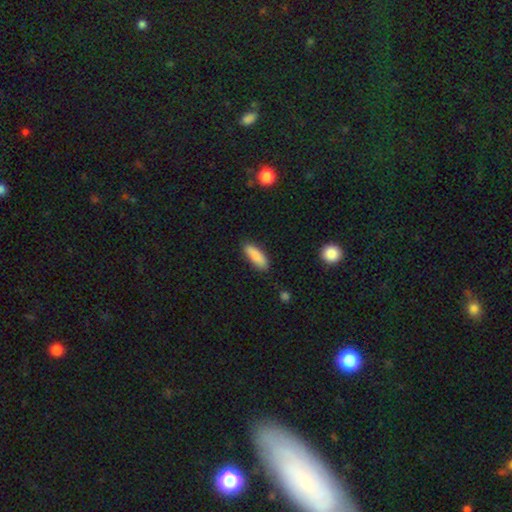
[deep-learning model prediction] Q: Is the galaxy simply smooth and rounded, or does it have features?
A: smooth — 88%.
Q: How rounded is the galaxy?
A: in between — 55%.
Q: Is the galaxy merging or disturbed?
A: none — 85%.